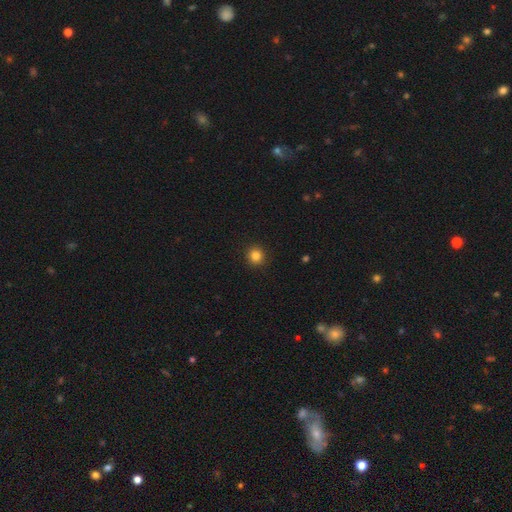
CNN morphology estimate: Overall: smooth (84%). How rounded: round (94%). Merging: none (93%).